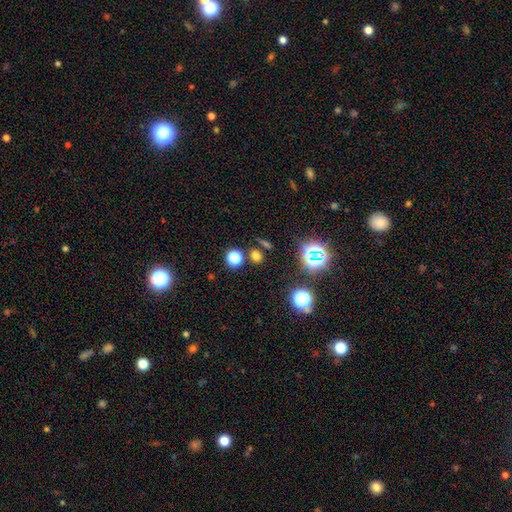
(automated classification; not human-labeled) Q: Smooth or featured?
A: smooth (64%); runner-up: star or artifact (28%)
Q: How rounded?
A: round (69%); runner-up: in between (29%)
Q: Merging?
A: none (76%); runner-up: merger (11%)